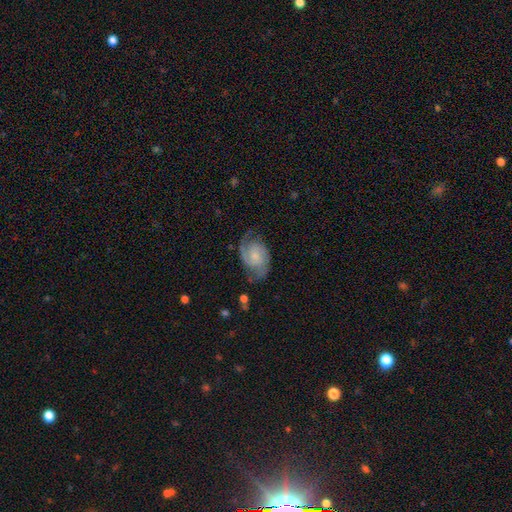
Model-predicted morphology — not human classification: type=featured or disk (77%); edge-on=no (97%); bar=no (58%); spiral arms=yes (95%); winding=medium (48%); arm count=2 (85%); bulge=small (42%); merging=none (66%).